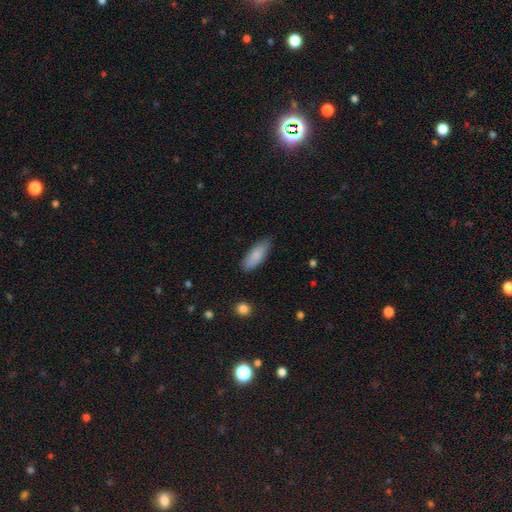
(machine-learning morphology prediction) Smooth or featured? smooth (86%)
How rounded? in between (70%)
Merging? none (81%)